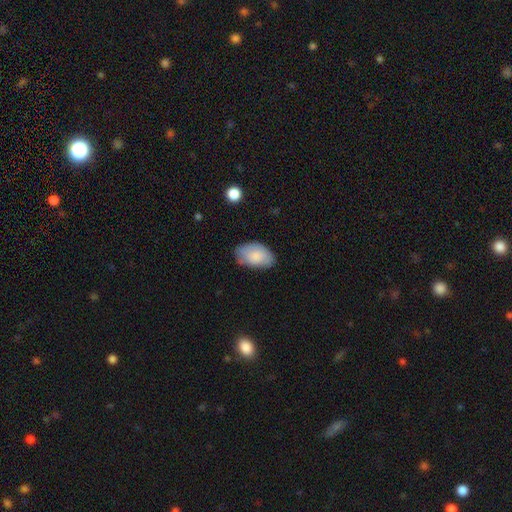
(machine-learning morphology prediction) smooth 81%, featured or disk 13%, star or artifact 6%. Down the decision tree: how rounded — in between (94%); merging — none (69%).